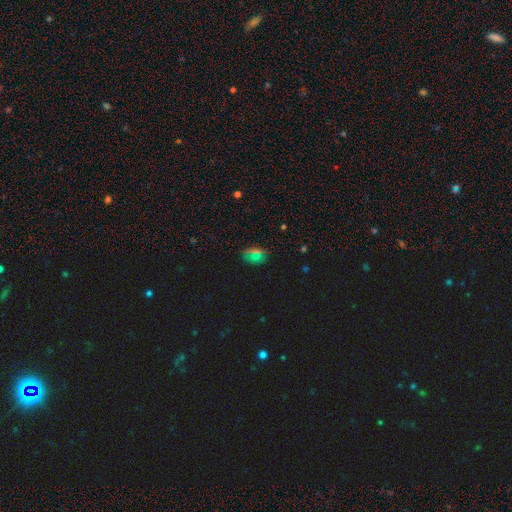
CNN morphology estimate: A smooth galaxy with no disk features (46%). Merging: none (74%).